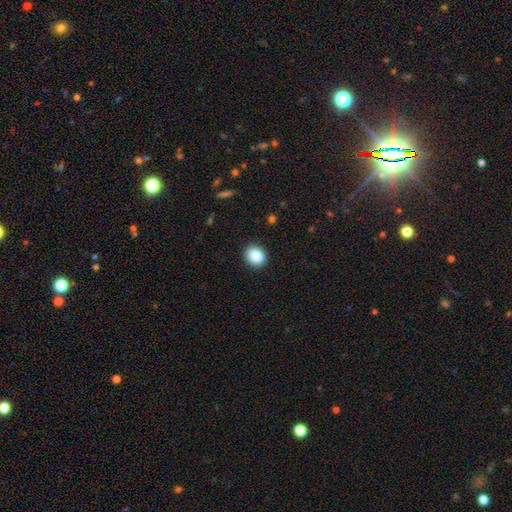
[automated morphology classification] A smooth galaxy with no disk features (86%) that is round (60%). Merging: none (91%).